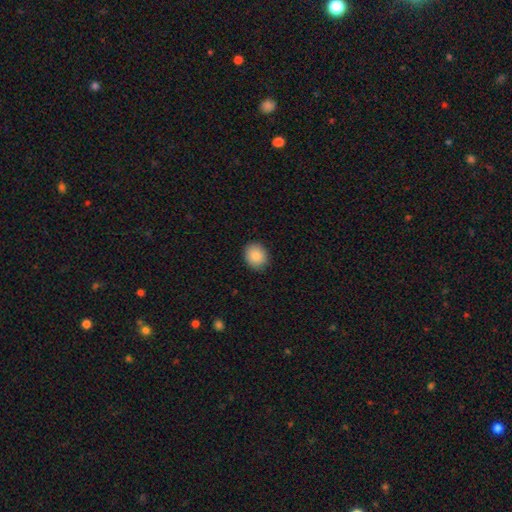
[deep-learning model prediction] Smooth or featured?
  - smooth: 88% *
  - star or artifact: 8%
  - featured or disk: 4%
How rounded?
  - round: 68% *
  - in between: 31%
  - cigar-shaped: 1%
Merging?
  - none: 90% *
  - minor disturbance: 8%
  - major disturbance: 2%
  - merger: 1%